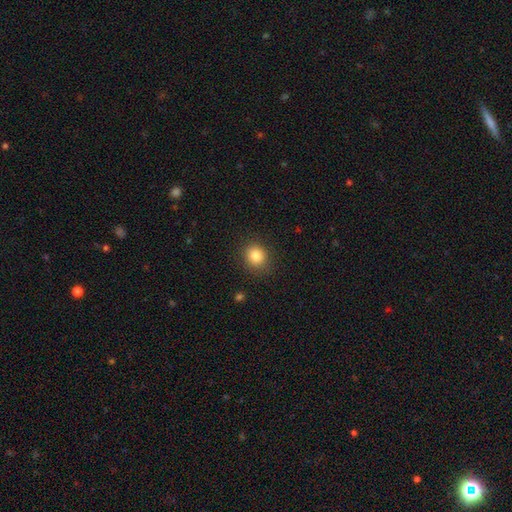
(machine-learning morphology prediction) A smooth galaxy with no disk features (83%) that is round (81%).

Vote fractions:
- Smooth or featured? smooth: 83% / star or artifact: 11% / featured or disk: 6%
- How rounded? round: 81% / in between: 18% / cigar-shaped: 1%
- Merging? none: 88% / minor disturbance: 8% / major disturbance: 3% / merger: 1%